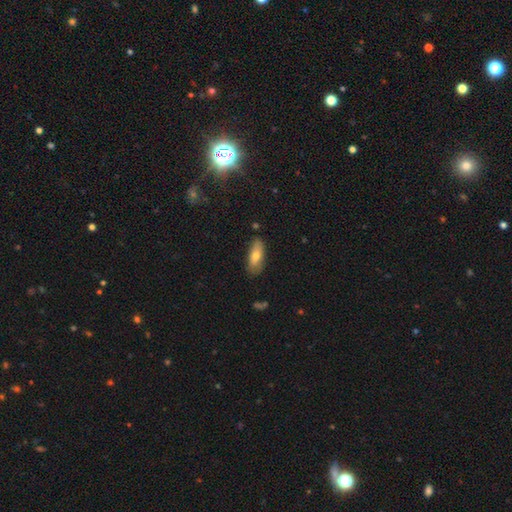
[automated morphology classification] Q: Smooth or featured?
A: smooth (68%); runner-up: featured or disk (25%)
Q: How rounded?
A: in between (75%); runner-up: cigar-shaped (22%)
Q: Merging?
A: none (74%); runner-up: minor disturbance (21%)